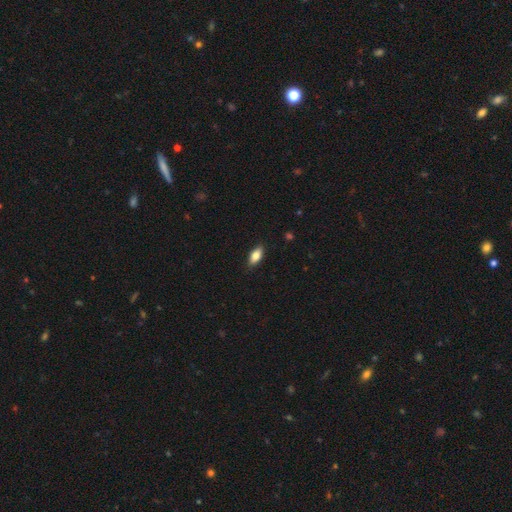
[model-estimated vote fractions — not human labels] A smooth galaxy with no disk features (80%) that is in between round and cigar-shaped (86%).

Vote fractions:
- Smooth or featured? smooth: 80% / featured or disk: 13% / star or artifact: 7%
- How rounded? in between: 86% / cigar-shaped: 11% / round: 3%
- Merging? none: 88% / minor disturbance: 9% / major disturbance: 2% / merger: 1%